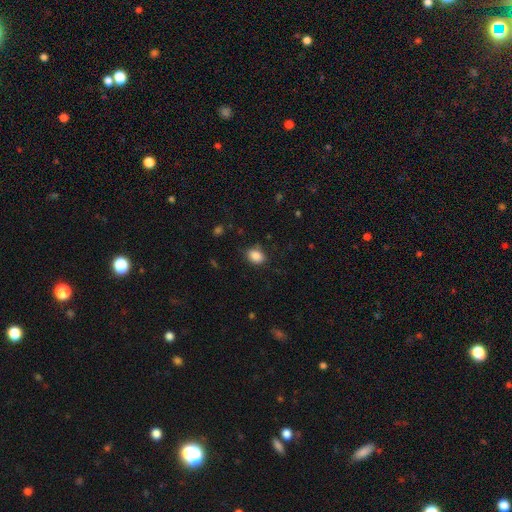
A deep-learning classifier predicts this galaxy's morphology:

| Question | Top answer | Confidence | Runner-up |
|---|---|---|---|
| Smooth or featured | smooth | 87% | star or artifact (9%) |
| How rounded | in between | 60% | round (39%) |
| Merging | none | 81% | minor disturbance (14%) |